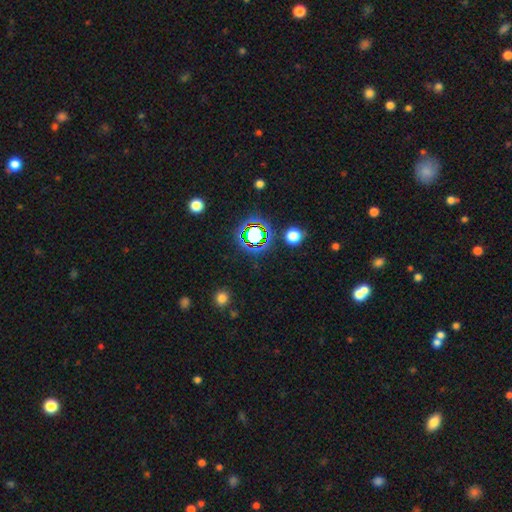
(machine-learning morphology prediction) The model was most divided on "smooth or featured": star or artifact: 77%, smooth: 14%, featured or disk: 8%.